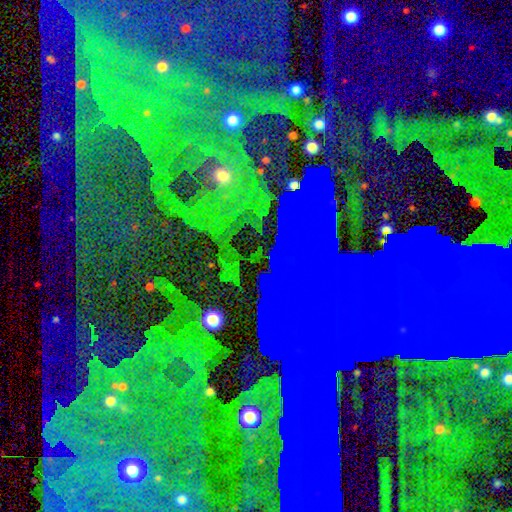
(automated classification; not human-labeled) The model was most divided on "smooth or featured": star or artifact: 74%, smooth: 14%, featured or disk: 12%.